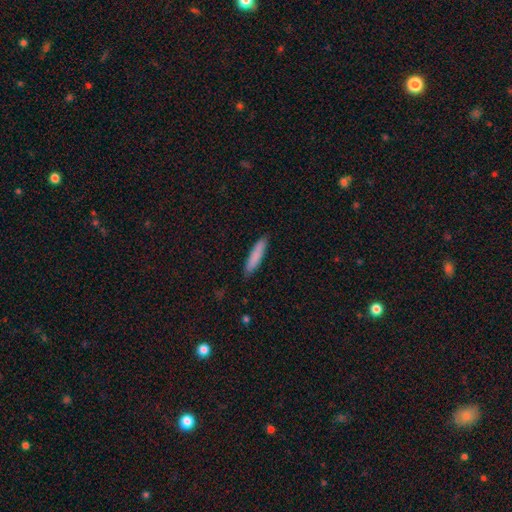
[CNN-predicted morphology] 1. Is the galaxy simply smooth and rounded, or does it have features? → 84% smooth, 10% featured or disk, 6% star or artifact.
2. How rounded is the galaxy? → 84% cigar-shaped, 15% in between, 1% round.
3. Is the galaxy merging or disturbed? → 87% none, 10% minor disturbance, 2% major disturbance, 1% merger.